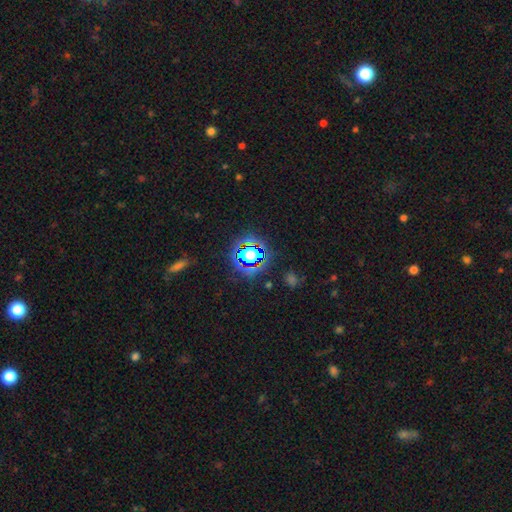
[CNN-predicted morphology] star or artifact 70%, smooth 21%, featured or disk 10%.